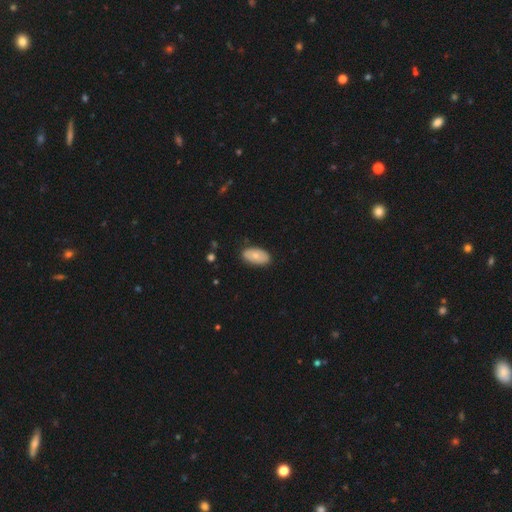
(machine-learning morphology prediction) smooth-or-featured: smooth: 67% | featured or disk: 26% | star or artifact: 6%
  how-rounded: in between: 94% | round: 4% | cigar-shaped: 2%
  merging: none: 85% | minor disturbance: 12% | major disturbance: 2% | merger: 1%